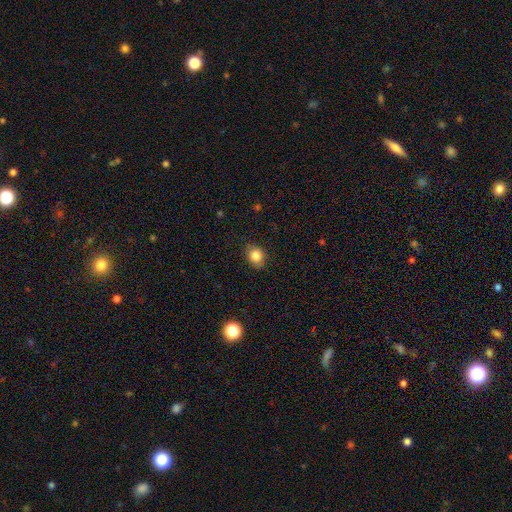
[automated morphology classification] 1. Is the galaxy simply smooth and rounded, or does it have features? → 84% smooth, 10% star or artifact, 6% featured or disk.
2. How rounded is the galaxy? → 62% round, 37% in between, 1% cigar-shaped.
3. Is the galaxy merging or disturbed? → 84% none, 12% minor disturbance, 3% major disturbance, 1% merger.